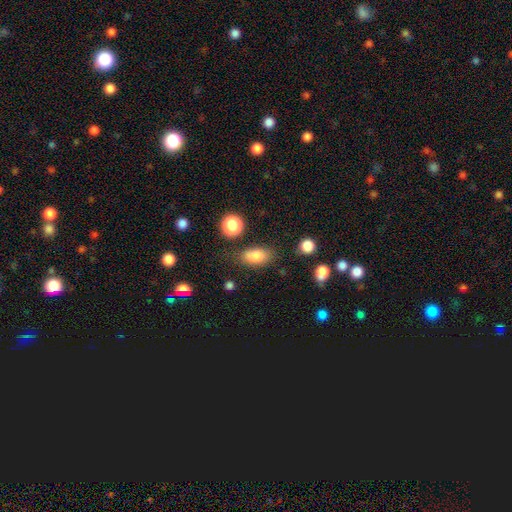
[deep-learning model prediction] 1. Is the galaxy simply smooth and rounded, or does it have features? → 83% smooth, 9% star or artifact, 8% featured or disk.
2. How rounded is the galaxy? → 86% in between, 8% round, 5% cigar-shaped.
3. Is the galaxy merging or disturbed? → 75% none, 15% minor disturbance, 5% major disturbance, 4% merger.